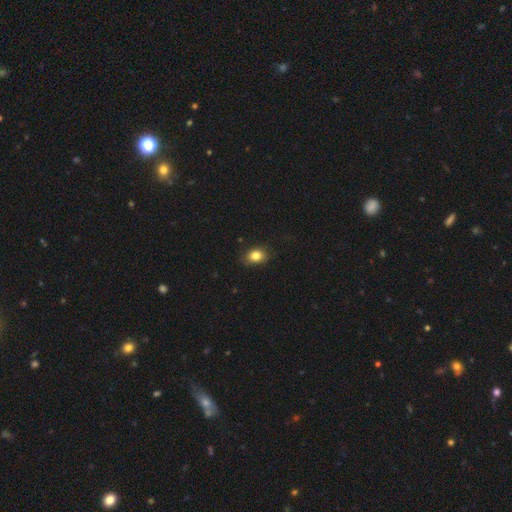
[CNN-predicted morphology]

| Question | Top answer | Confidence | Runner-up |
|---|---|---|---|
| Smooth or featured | smooth | 83% | star or artifact (10%) |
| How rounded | in between | 52% | round (47%) |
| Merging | none | 79% | minor disturbance (17%) |